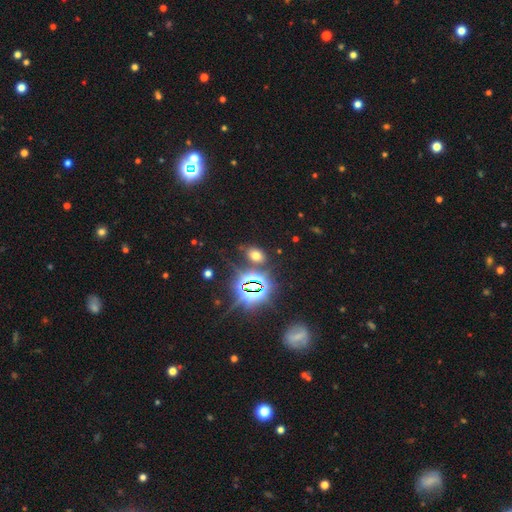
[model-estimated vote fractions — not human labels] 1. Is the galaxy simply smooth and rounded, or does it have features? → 51% smooth, 40% star or artifact, 9% featured or disk.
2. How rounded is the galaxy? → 81% in between, 17% round, 2% cigar-shaped.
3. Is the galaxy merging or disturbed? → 80% none, 10% minor disturbance, 5% merger, 4% major disturbance.